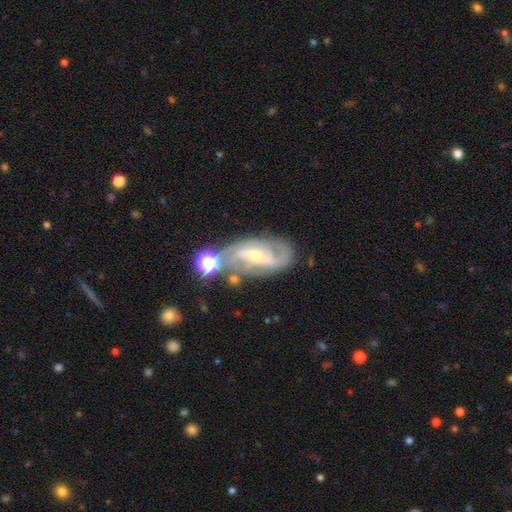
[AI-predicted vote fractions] Overall: featured or disk (82%). Edge-on disk: no (94%). Bar: weak (41%; strong 33%). Spiral arms: yes (93%). Spiral arm count: 2 (73%). Spiral winding: medium (46%; tight 28%). Bulge size: small (57%; moderate 38%). Merging: none (61%).